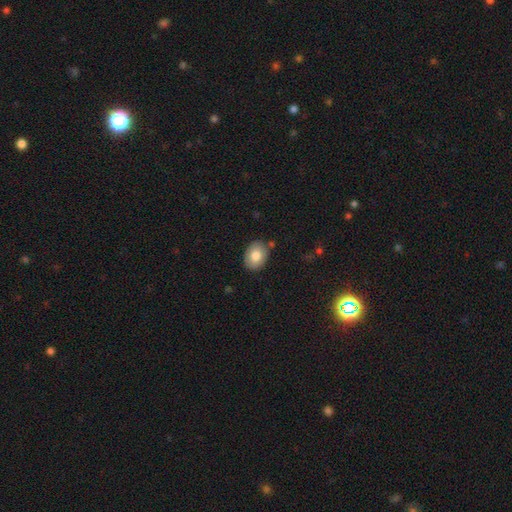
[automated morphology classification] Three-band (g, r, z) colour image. It shows a smooth galaxy with no disk features (80%) that is in between round and cigar-shaped (76%). Merging: none (83%).